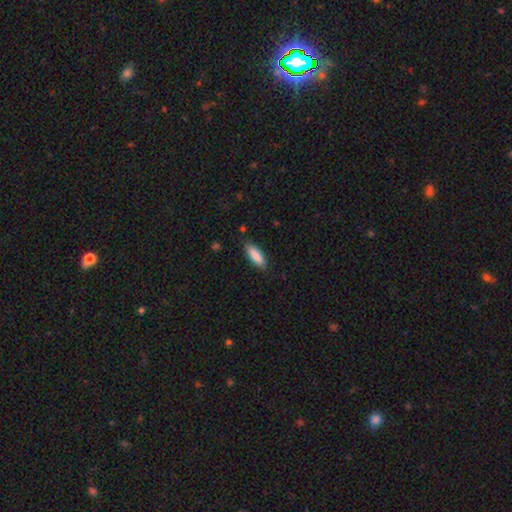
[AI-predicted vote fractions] Smooth or featured? Predicted: smooth (p=0.87). How rounded? Predicted: in between (p=0.63). Merging? Predicted: none (p=0.85).